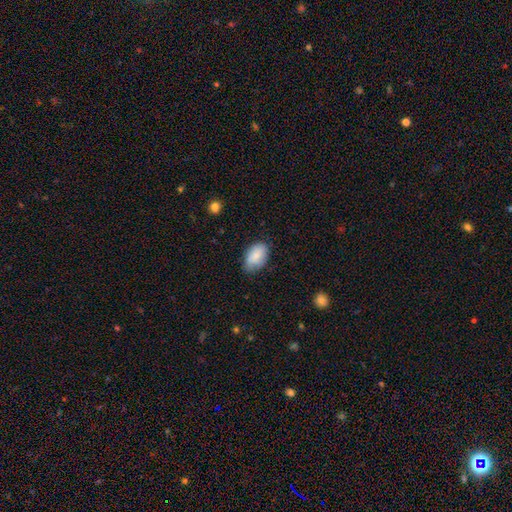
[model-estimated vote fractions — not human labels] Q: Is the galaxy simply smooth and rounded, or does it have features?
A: smooth — 83%.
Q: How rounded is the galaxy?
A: in between — 91%.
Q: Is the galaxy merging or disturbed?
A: none — 66%.